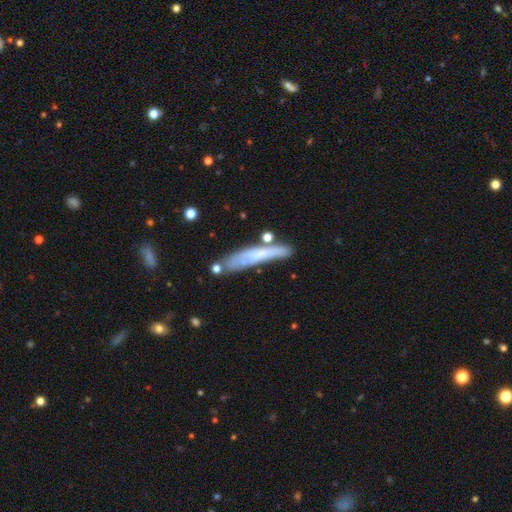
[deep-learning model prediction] smooth-or-featured: smooth: 58% | featured or disk: 34% | star or artifact: 8%
  how-rounded: cigar-shaped: 90% | in between: 8% | round: 2%
  merging: none: 65% | minor disturbance: 20% | merger: 9% | major disturbance: 6%